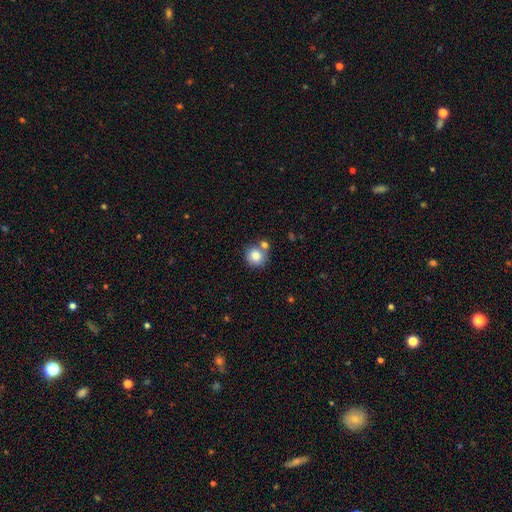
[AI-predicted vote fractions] A smooth galaxy with no disk features (81%) that is round (90%).

Vote fractions:
- Smooth or featured? smooth: 81% / star or artifact: 10% / featured or disk: 10%
- How rounded? round: 90% / in between: 9% / cigar-shaped: 1%
- Merging? none: 63% / merger: 24% / minor disturbance: 10% / major disturbance: 3%